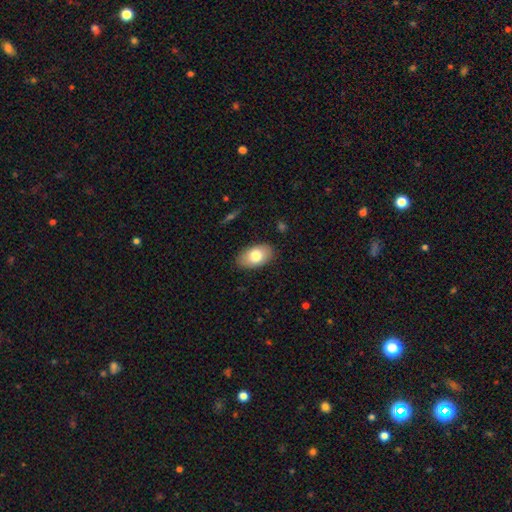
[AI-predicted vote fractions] A smooth galaxy with no disk features (77%) that is in between round and cigar-shaped (92%).

Vote fractions:
- Smooth or featured? smooth: 77% / featured or disk: 17% / star or artifact: 7%
- How rounded? in between: 92% / round: 6% / cigar-shaped: 1%
- Merging? none: 86% / minor disturbance: 11% / major disturbance: 2% / merger: 1%